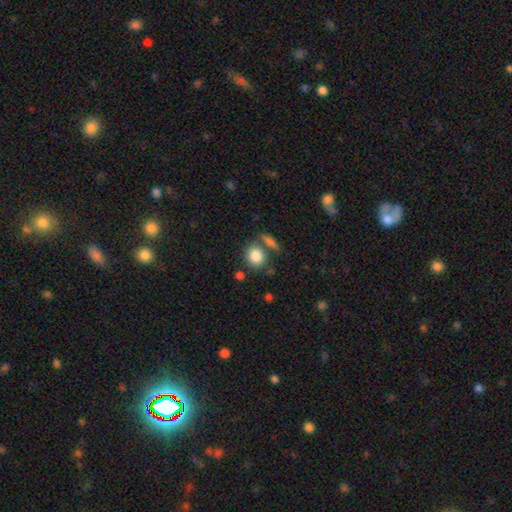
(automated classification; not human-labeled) smooth 84%, star or artifact 8%, featured or disk 7%. Down the decision tree: how rounded — round (68%); merging — none (61%).